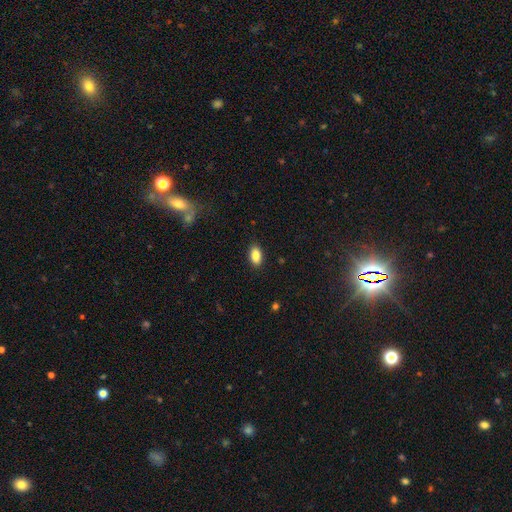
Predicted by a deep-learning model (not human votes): Smooth or featured: smooth — 88% (star or artifact — 8%)
How rounded: in between — 92% (round — 5%)
Merging: none — 88% (minor disturbance — 9%)